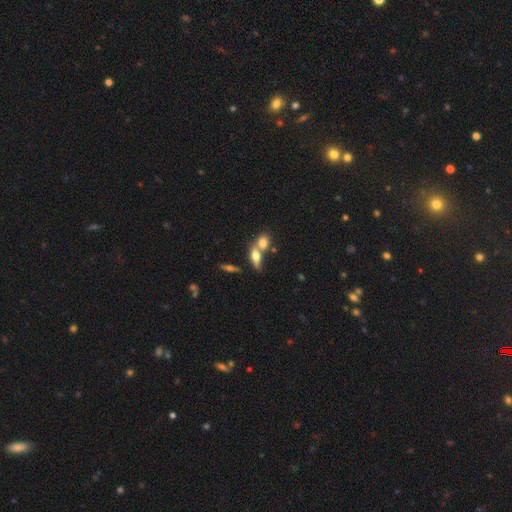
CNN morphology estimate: The model was most divided on "merging": merger: 57%, none: 32%, minor disturbance: 8%, major disturbance: 4%. More confident: how rounded — in between (68%); smooth or featured — smooth (63%).